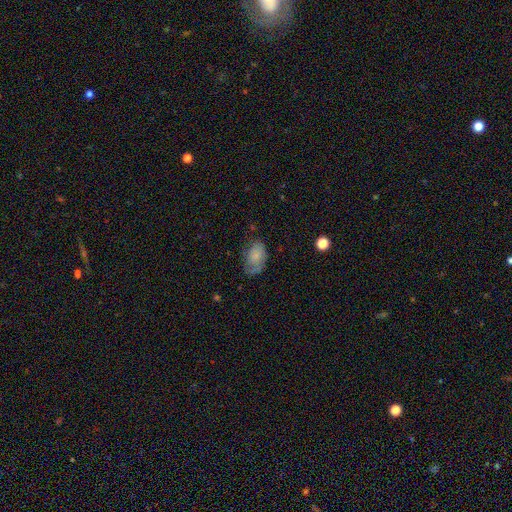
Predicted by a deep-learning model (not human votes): smooth 66%, featured or disk 25%, star or artifact 9%. Down the decision tree: how rounded — in between (88%); merging — none (55%).